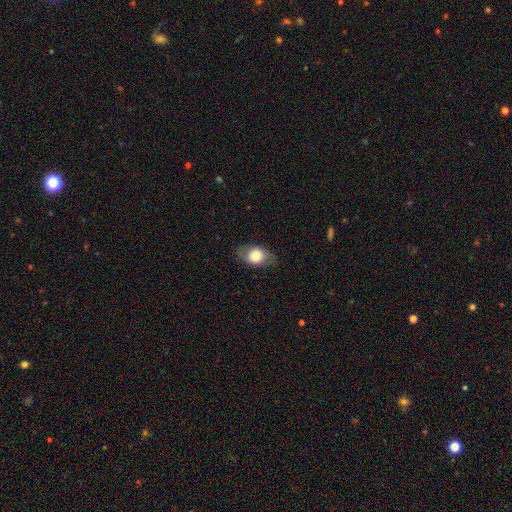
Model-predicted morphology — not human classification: A smooth galaxy with no disk features (69%) that is in between round and cigar-shaped (71%). Merging: none (78%).